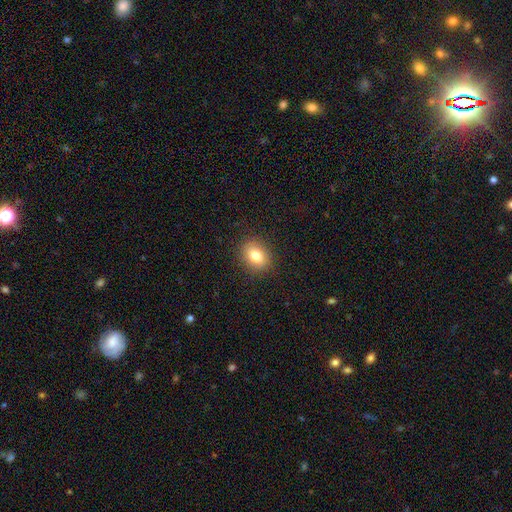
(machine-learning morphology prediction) Smooth or featured: smooth — 80% (star or artifact — 10%)
How rounded: in between — 50% (round — 49%)
Merging: none — 89% (minor disturbance — 8%)